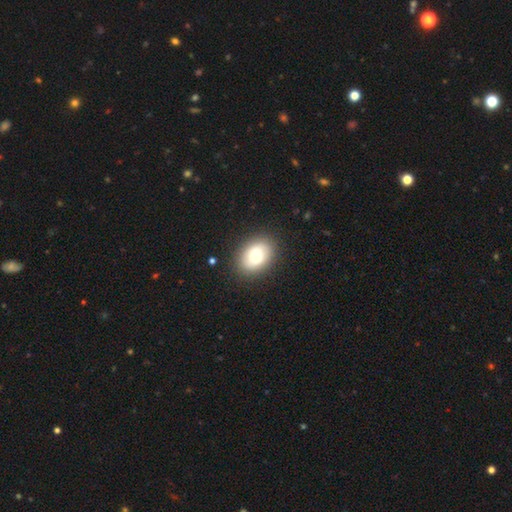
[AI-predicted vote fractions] smooth-or-featured: smooth: 73% | featured or disk: 19% | star or artifact: 8%
  how-rounded: in between: 73% | round: 26% | cigar-shaped: 1%
  merging: none: 88% | minor disturbance: 9% | major disturbance: 3% | merger: 1%